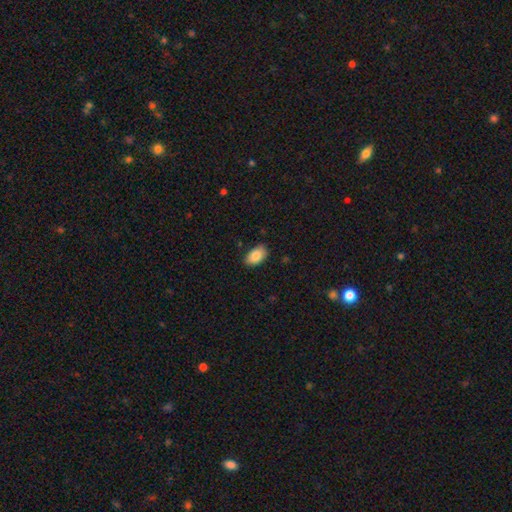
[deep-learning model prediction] A smooth galaxy with no disk features (86%) that is in between round and cigar-shaped (93%). Merging: none (82%).